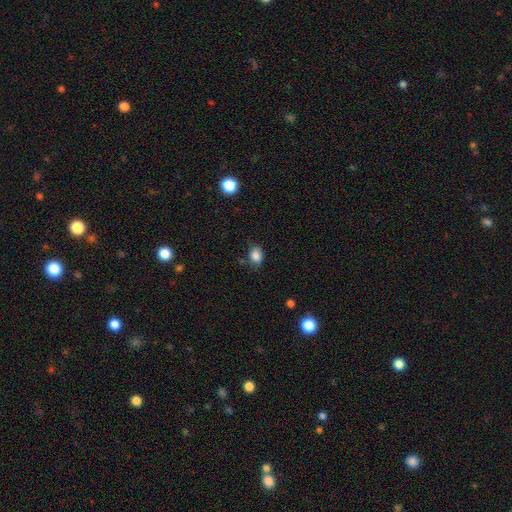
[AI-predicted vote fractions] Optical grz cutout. It shows a smooth galaxy with no disk features (85%) that is in between round and cigar-shaped (56%). Merging: none (72%).